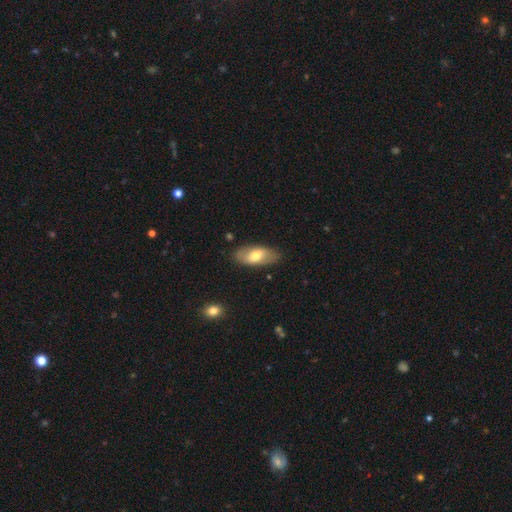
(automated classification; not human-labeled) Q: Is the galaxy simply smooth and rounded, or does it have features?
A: smooth — 57%.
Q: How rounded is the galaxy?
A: in between — 90%.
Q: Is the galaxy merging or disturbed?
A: none — 81%.